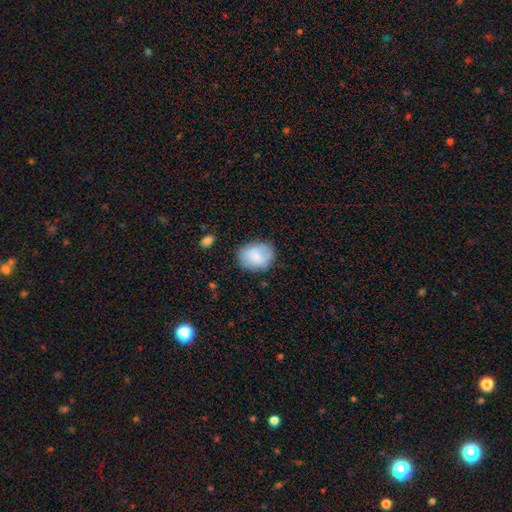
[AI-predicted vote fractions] smooth_or_featured: smooth (p=0.80) [alt: featured or disk p=0.14]
how_rounded: round (p=0.51) [alt: in between p=0.48]
merging: none (p=0.77) [alt: minor disturbance p=0.17]